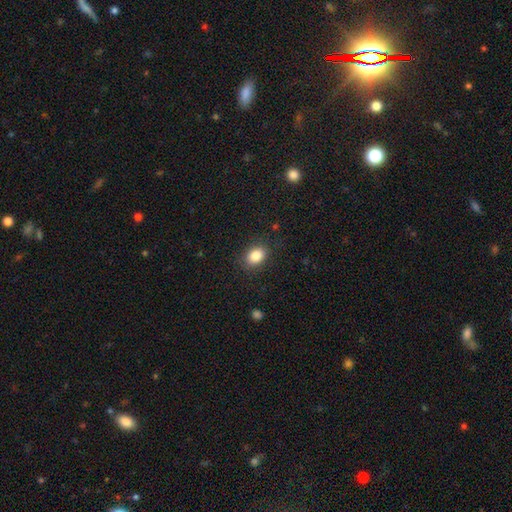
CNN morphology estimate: Q: Smooth or featured?
A: smooth (86%); runner-up: star or artifact (9%)
Q: How rounded?
A: in between (74%); runner-up: round (25%)
Q: Merging?
A: none (84%); runner-up: minor disturbance (11%)